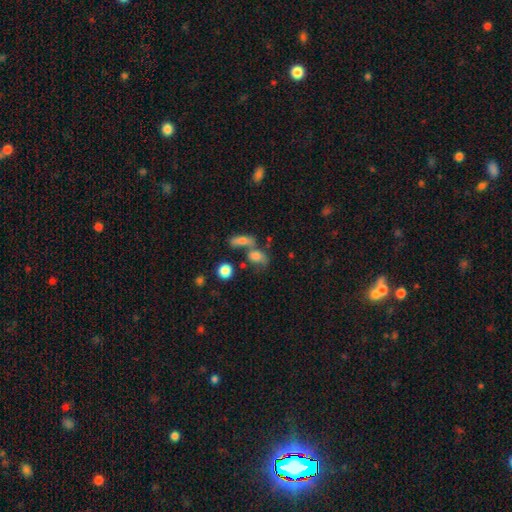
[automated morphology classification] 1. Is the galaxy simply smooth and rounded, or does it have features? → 68% smooth, 19% featured or disk, 13% star or artifact.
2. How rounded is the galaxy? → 67% in between, 24% round, 9% cigar-shaped.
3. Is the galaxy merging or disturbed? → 39% merger, 36% none, 15% minor disturbance, 10% major disturbance.